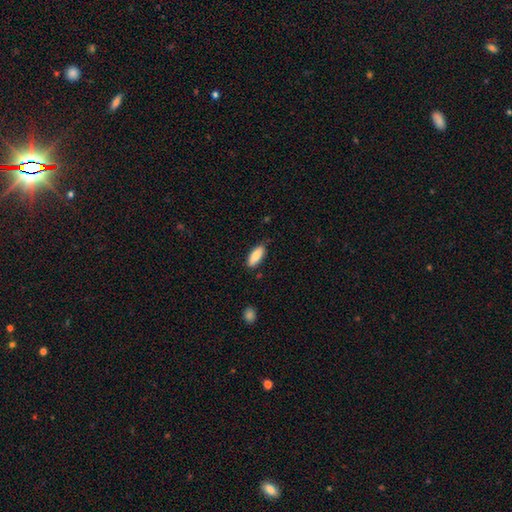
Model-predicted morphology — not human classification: Smooth or featured? Predicted: smooth (p=0.84). How rounded? Predicted: in between (p=0.72). Merging? Predicted: none (p=0.82).